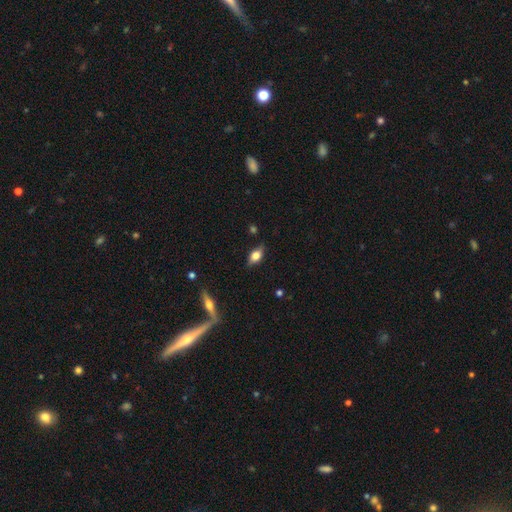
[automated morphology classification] Q: Smooth or featured?
A: smooth (59%); runner-up: featured or disk (33%)
Q: How rounded?
A: in between (82%); runner-up: cigar-shaped (12%)
Q: Merging?
A: none (82%); runner-up: minor disturbance (13%)